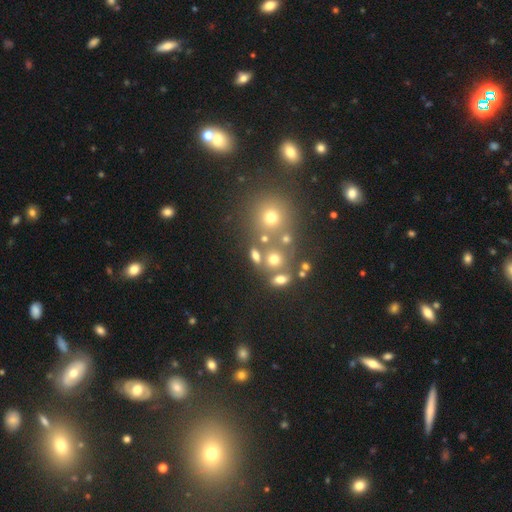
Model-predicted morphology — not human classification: Overall: smooth (62%). How rounded: in between (51%; round 44%). Merging: none (57%; merger 25%).